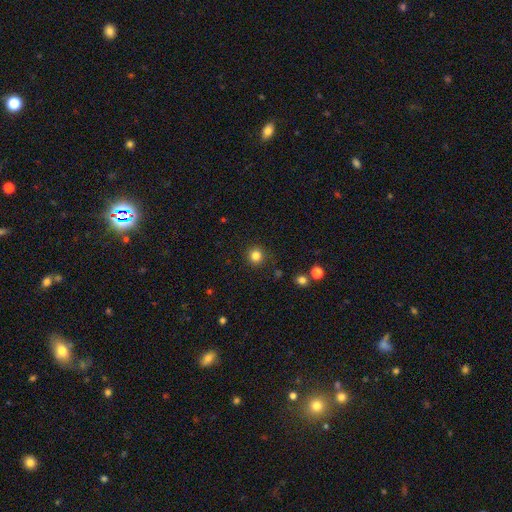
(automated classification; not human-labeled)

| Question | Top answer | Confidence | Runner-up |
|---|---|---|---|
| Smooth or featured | smooth | 83% | star or artifact (12%) |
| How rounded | round | 94% | in between (5%) |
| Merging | none | 91% | minor disturbance (6%) |